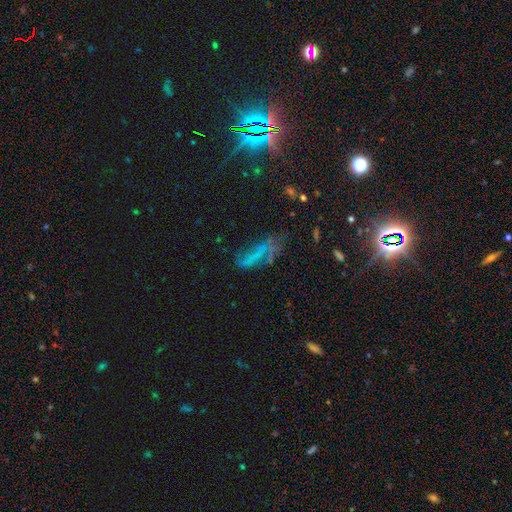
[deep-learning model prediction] Smooth or featured: smooth — 36% (featured or disk — 35%)
Merging: none — 39% (major disturbance — 30%)